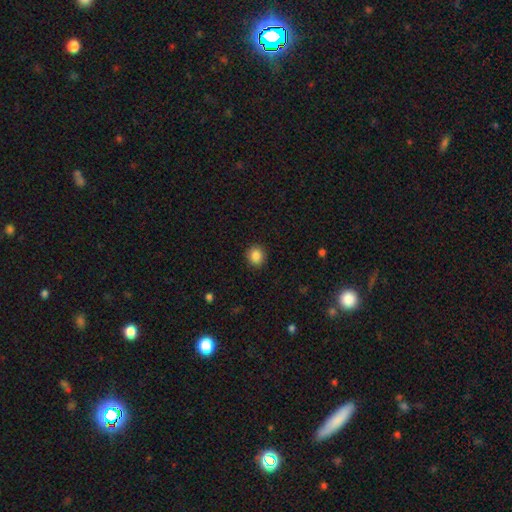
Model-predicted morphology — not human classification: smooth_or_featured: smooth (p=0.86) [alt: star or artifact p=0.09]
how_rounded: round (p=0.79) [alt: in between p=0.20]
merging: none (p=0.91) [alt: minor disturbance p=0.06]